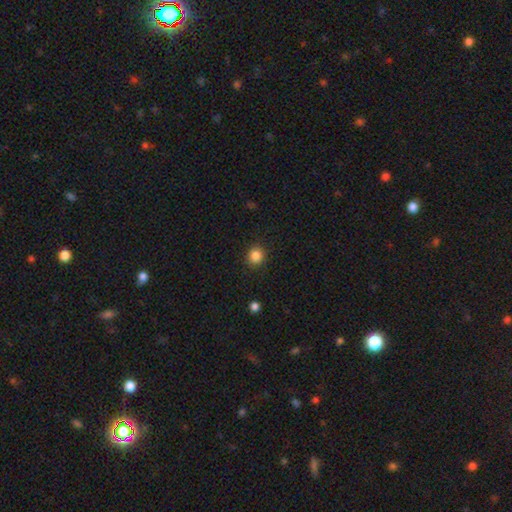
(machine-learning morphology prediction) type=smooth (85%); roundness=round (86%); merging=none (89%).